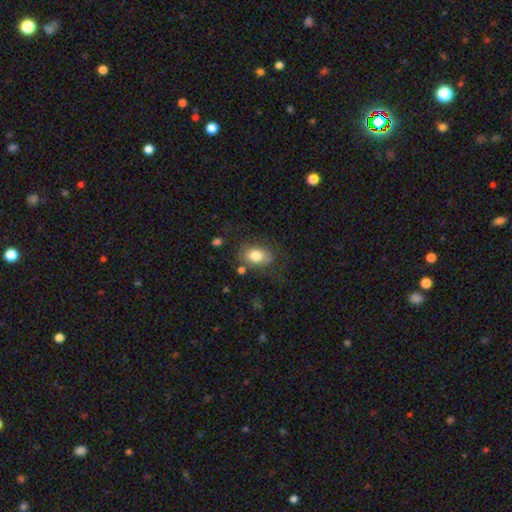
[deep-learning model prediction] A smooth galaxy with no disk features (79%) that is in between round and cigar-shaped (82%).

Vote fractions:
- Smooth or featured? smooth: 79% / featured or disk: 13% / star or artifact: 8%
- How rounded? in between: 82% / round: 17% / cigar-shaped: 1%
- Merging? none: 69% / minor disturbance: 18% / major disturbance: 9% / merger: 4%